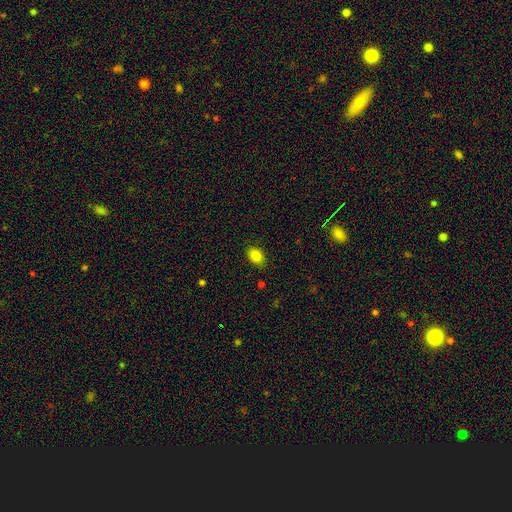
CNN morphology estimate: Smooth or featured? Predicted: smooth (p=0.86). How rounded? Predicted: in between (p=0.82). Merging? Predicted: none (p=0.85).